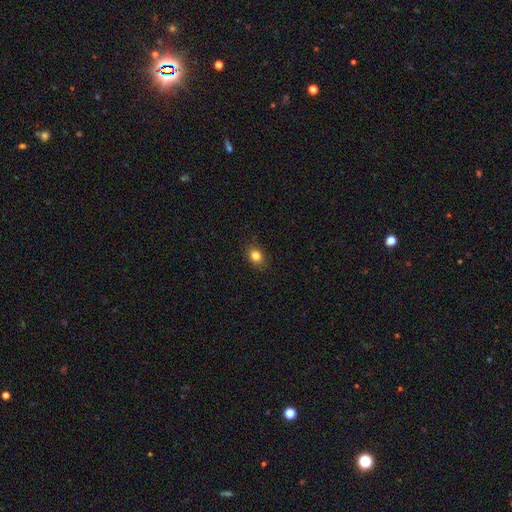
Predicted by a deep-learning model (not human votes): Smooth or featured: smooth — 82% (star or artifact — 11%)
How rounded: in between — 52% (round — 47%)
Merging: none — 87% (minor disturbance — 10%)